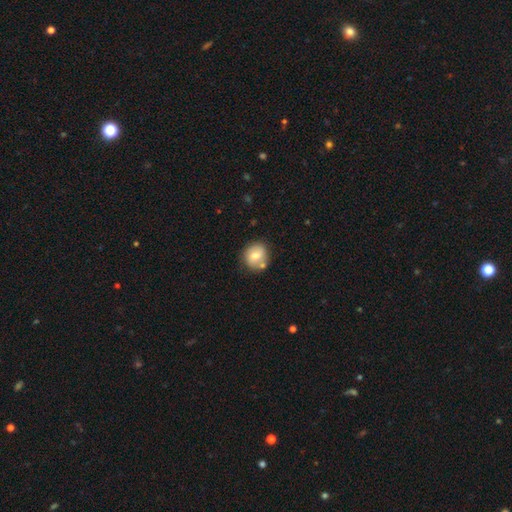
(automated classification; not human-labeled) Smooth or featured?
  - smooth: 65% *
  - featured or disk: 26%
  - star or artifact: 8%
How rounded?
  - round: 82% *
  - in between: 17%
  - cigar-shaped: 1%
Merging?
  - none: 70% *
  - minor disturbance: 14%
  - merger: 13%
  - major disturbance: 3%